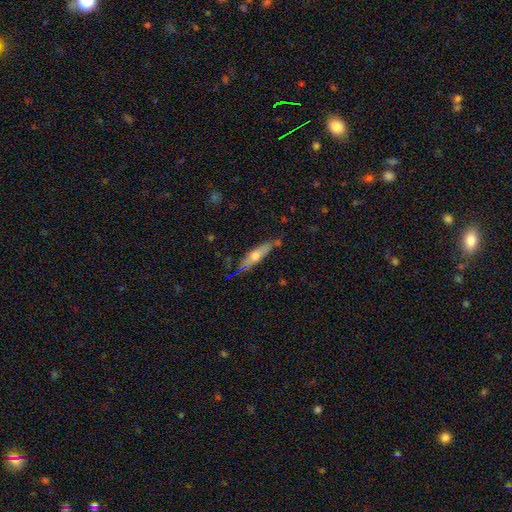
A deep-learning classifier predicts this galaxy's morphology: smooth-or-featured: featured or disk: 50% | smooth: 42% | star or artifact: 8%
  disk-edge-on: yes: 81% | no: 19%
  merging: none: 70% | minor disturbance: 20% | merger: 5% | major disturbance: 5%